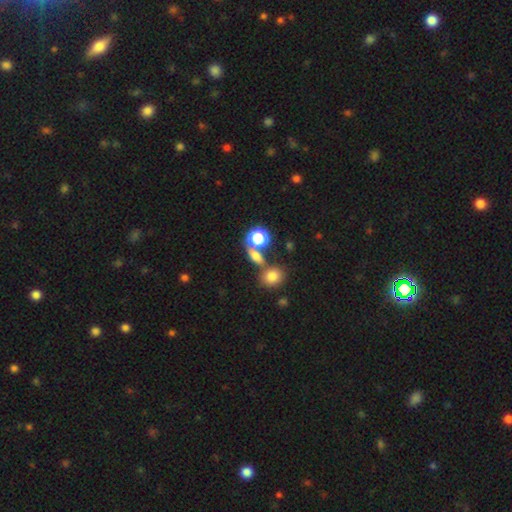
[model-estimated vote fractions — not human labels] This appears to be a smooth galaxy with no disk features (64%) that is in between round and cigar-shaped (50%). Merging: none (53%).